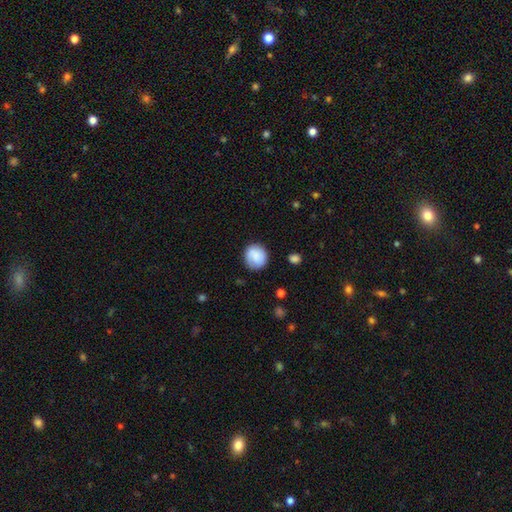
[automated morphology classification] smooth_or_featured: smooth (p=0.83) [alt: featured or disk p=0.10]
how_rounded: round (p=0.89) [alt: in between p=0.10]
merging: none (p=0.82) [alt: minor disturbance p=0.13]